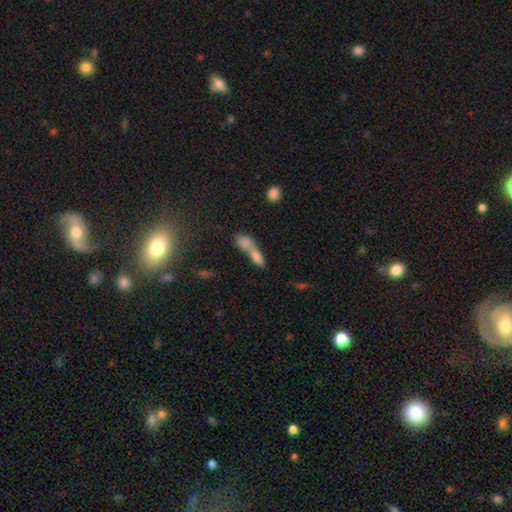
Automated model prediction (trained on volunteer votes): This appears to be a smooth galaxy with no disk features (77%) that is in between round and cigar-shaped (66%). Merging: merger (71%).